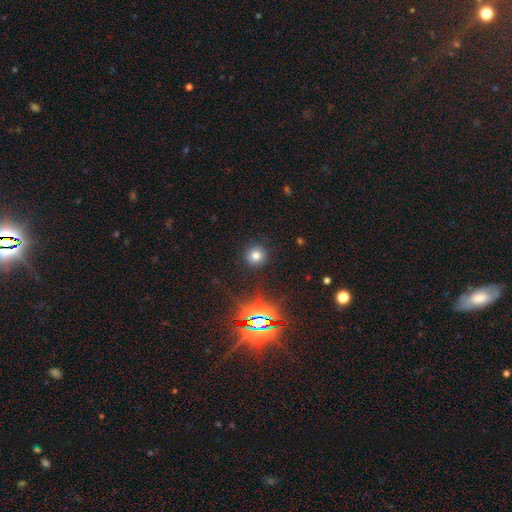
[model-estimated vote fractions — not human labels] Morphology: type=smooth (71%); roundness=round (90%); merging=none (89%).